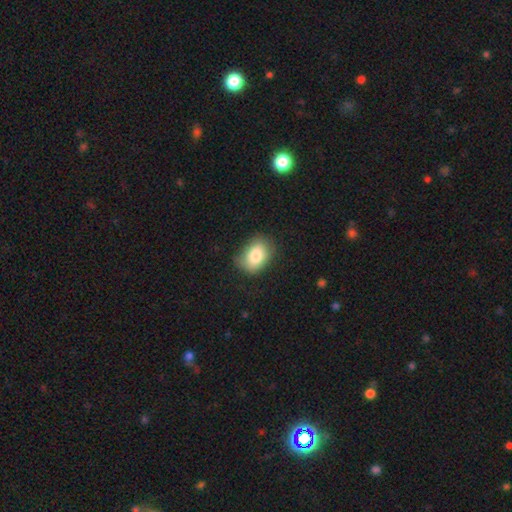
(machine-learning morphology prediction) smooth-or-featured: smooth: 82% | featured or disk: 11% | star or artifact: 7%
  how-rounded: in between: 79% | round: 20% | cigar-shaped: 1%
  merging: none: 72% | minor disturbance: 21% | major disturbance: 5% | merger: 1%